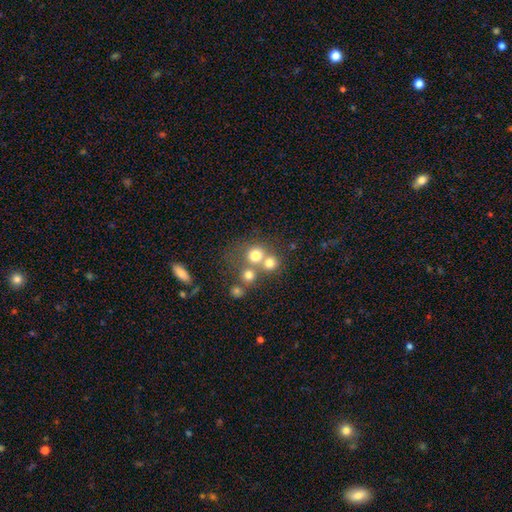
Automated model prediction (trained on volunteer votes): Smooth or featured? smooth (70%)
How rounded? round (87%)
Merging? none (47%)